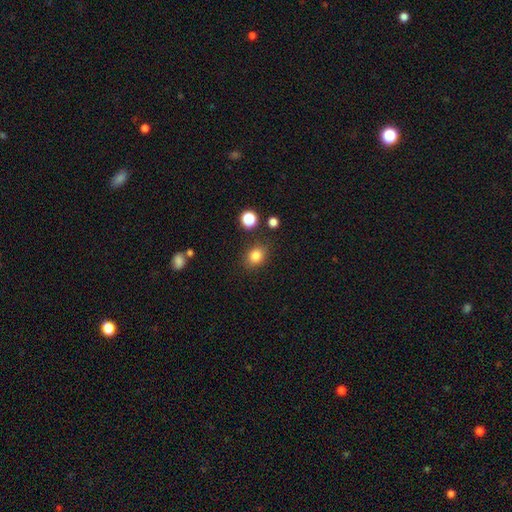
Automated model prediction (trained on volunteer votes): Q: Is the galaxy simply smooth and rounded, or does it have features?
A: smooth — 83%.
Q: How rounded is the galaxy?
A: round — 53%.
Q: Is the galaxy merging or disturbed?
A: none — 82%.